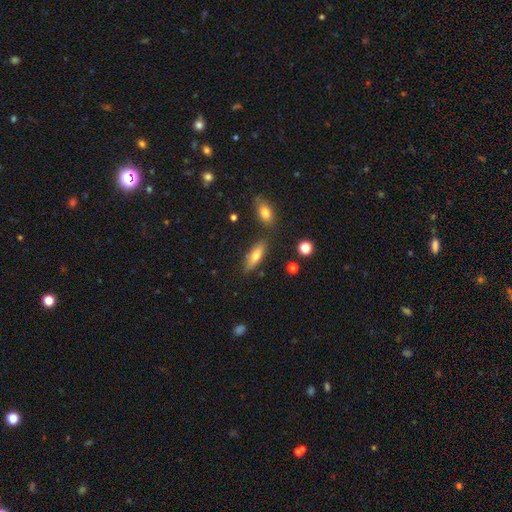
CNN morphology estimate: A smooth galaxy with no disk features (66%) that is in between round and cigar-shaped (55%).

Vote fractions:
- Smooth or featured? smooth: 66% / featured or disk: 26% / star or artifact: 8%
- How rounded? in between: 55% / cigar-shaped: 42% / round: 3%
- Merging? none: 78% / minor disturbance: 13% / merger: 6% / major disturbance: 3%